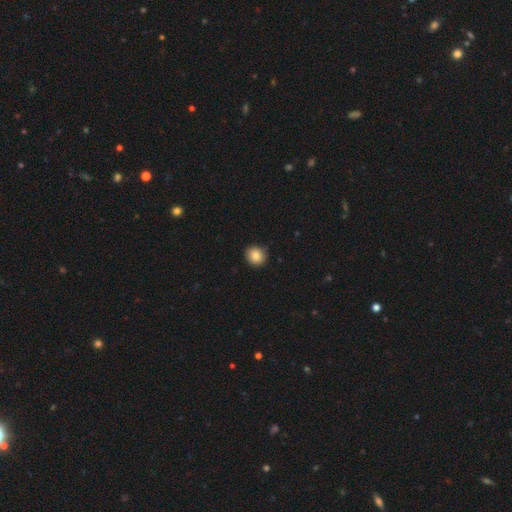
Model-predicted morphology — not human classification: smooth-or-featured: smooth: 86% | star or artifact: 9% | featured or disk: 5%
  how-rounded: round: 82% | in between: 17% | cigar-shaped: 1%
  merging: none: 86% | minor disturbance: 11% | major disturbance: 2% | merger: 1%